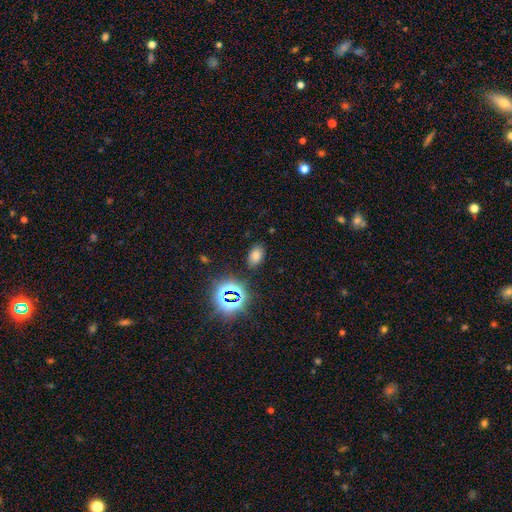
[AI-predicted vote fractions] A smooth galaxy with no disk features (68%) that is in between round and cigar-shaped (86%). Merging: none (83%).